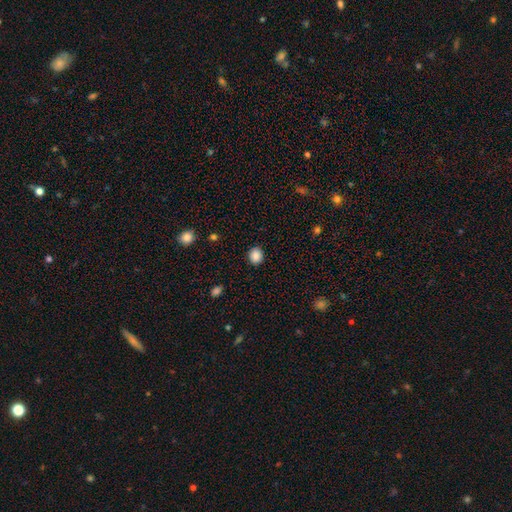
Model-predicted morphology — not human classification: Smooth or featured? Predicted: smooth (p=0.88). How rounded? Predicted: round (p=0.71). Merging? Predicted: none (p=0.90).